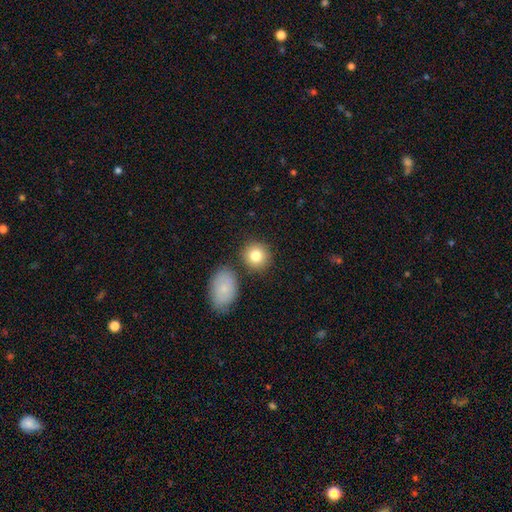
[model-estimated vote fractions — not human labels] Morphology: type=smooth (82%); roundness=round (87%); merging=none (79%).